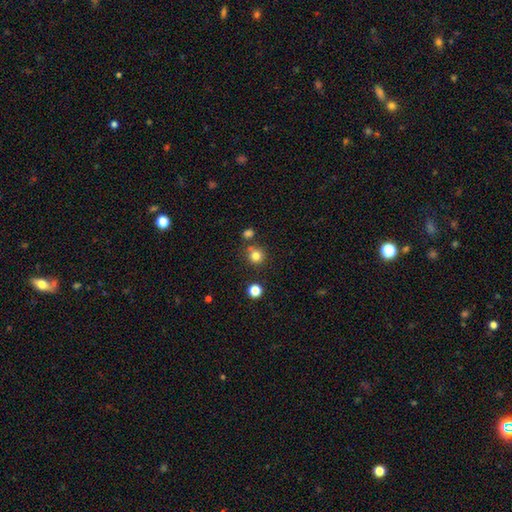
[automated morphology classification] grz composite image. It shows a smooth galaxy with no disk features (80%) that is round (90%). Merging: none (74%).